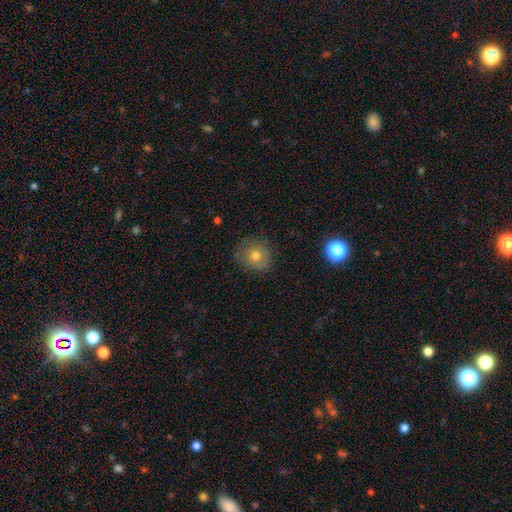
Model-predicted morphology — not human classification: Smooth or featured?
  - smooth: 70% *
  - featured or disk: 18%
  - star or artifact: 12%
How rounded?
  - round: 91% *
  - in between: 8%
  - cigar-shaped: 1%
Merging?
  - none: 82% *
  - minor disturbance: 13%
  - major disturbance: 4%
  - merger: 1%